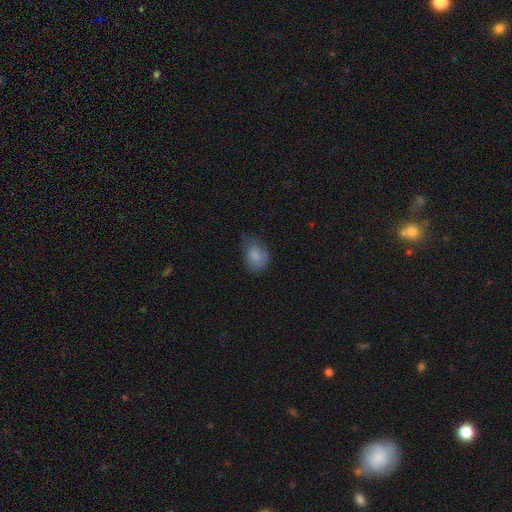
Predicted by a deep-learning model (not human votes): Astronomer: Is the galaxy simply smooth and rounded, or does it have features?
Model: smooth — 82%.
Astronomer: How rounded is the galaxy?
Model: in between — 67%.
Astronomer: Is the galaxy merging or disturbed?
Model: none — 53% (runner-up: minor disturbance, 34%).